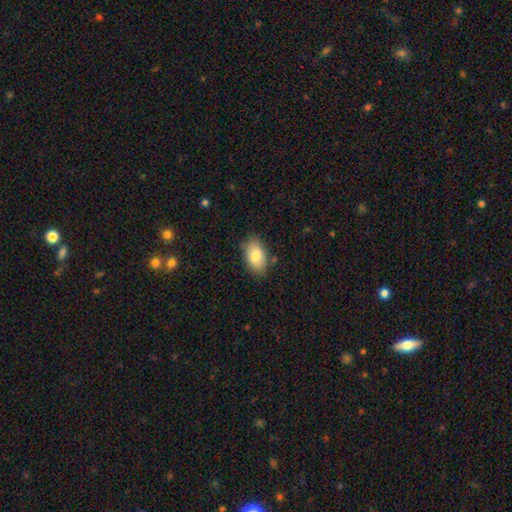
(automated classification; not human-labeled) The model was most divided on "merging": none: 81%, minor disturbance: 15%, major disturbance: 3%, merger: 2%. More confident: how rounded — in between (92%); smooth or featured — smooth (82%).